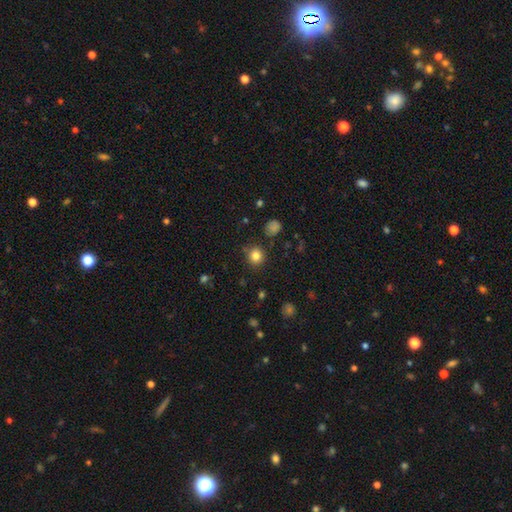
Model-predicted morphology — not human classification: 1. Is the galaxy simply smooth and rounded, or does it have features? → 82% smooth, 12% star or artifact, 5% featured or disk.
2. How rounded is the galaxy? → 89% round, 10% in between, 1% cigar-shaped.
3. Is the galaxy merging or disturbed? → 85% none, 9% minor disturbance, 3% major disturbance, 3% merger.